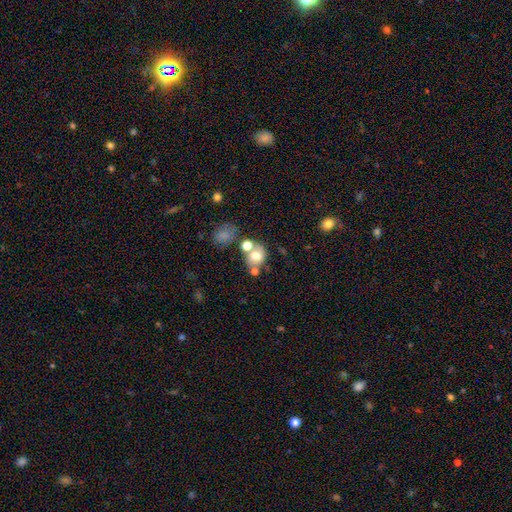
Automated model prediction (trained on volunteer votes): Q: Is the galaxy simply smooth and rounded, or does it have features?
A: smooth — 69%.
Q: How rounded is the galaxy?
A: round — 62%.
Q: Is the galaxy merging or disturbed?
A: none — 49%.